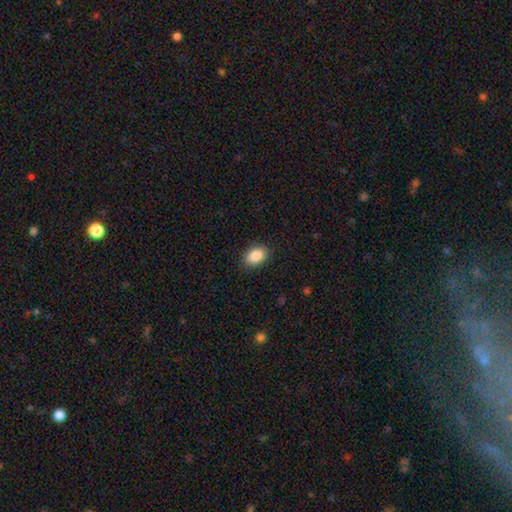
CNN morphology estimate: The model was most divided on "how rounded": in between: 85%, round: 13%, cigar-shaped: 1%. More confident: smooth or featured — smooth (88%); merging — none (87%).